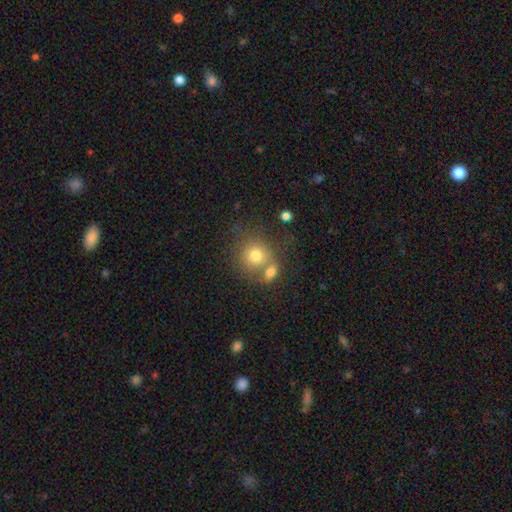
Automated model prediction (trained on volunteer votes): The model was most divided on "merging": none: 48%, merger: 37%, minor disturbance: 11%, major disturbance: 5%. More confident: how rounded — round (83%); smooth or featured — smooth (75%).